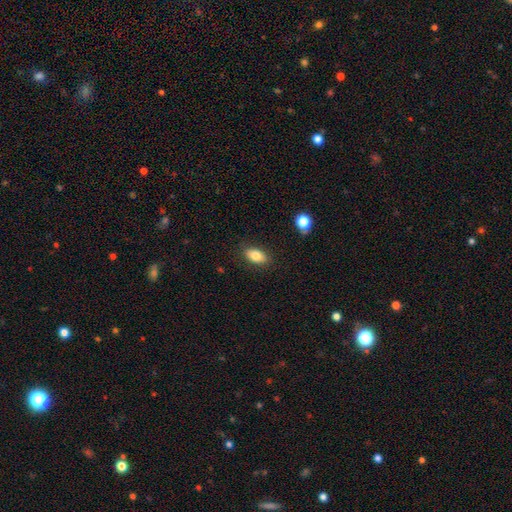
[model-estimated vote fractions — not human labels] Q: Smooth or featured?
A: smooth (81%); runner-up: featured or disk (11%)
Q: How rounded?
A: in between (90%); runner-up: round (7%)
Q: Merging?
A: none (86%); runner-up: minor disturbance (10%)